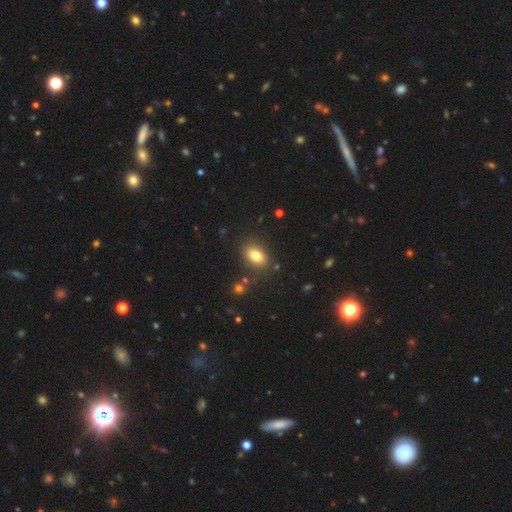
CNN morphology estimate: smooth-or-featured: smooth: 80% | star or artifact: 10% | featured or disk: 10%
  how-rounded: in between: 83% | round: 16% | cigar-shaped: 2%
  merging: none: 82% | minor disturbance: 11% | major disturbance: 4% | merger: 3%